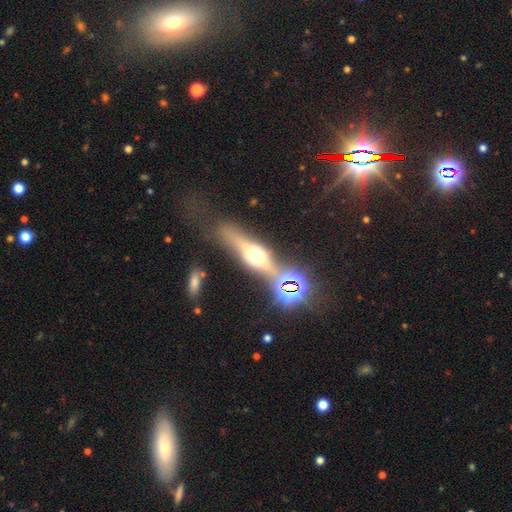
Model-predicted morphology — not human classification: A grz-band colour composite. It shows a featured or disk galaxy (65%) viewed edge-on (91%) with a rounded central bulge (93%). Merging: none (72%).